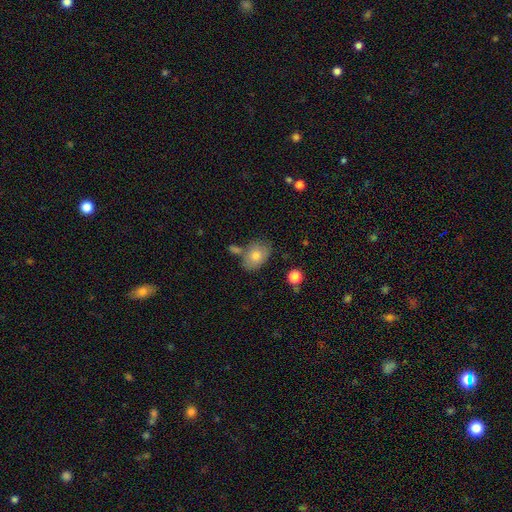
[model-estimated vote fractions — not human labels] Morphology: type=smooth (76%); roundness=in between (80%); merging=none (63%).